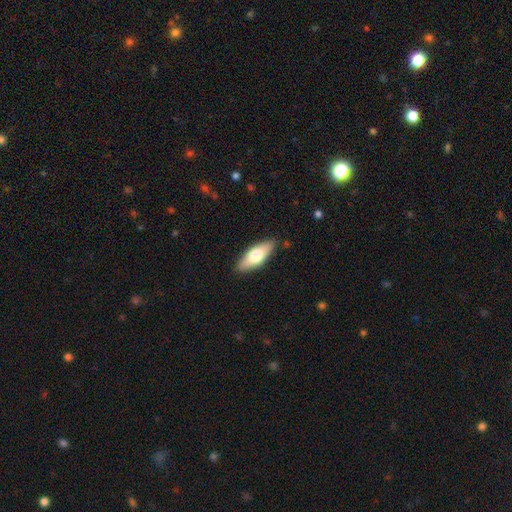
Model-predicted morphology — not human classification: Smooth or featured? Predicted: smooth (p=0.70). How rounded? Predicted: in between (p=0.71). Merging? Predicted: none (p=0.86).